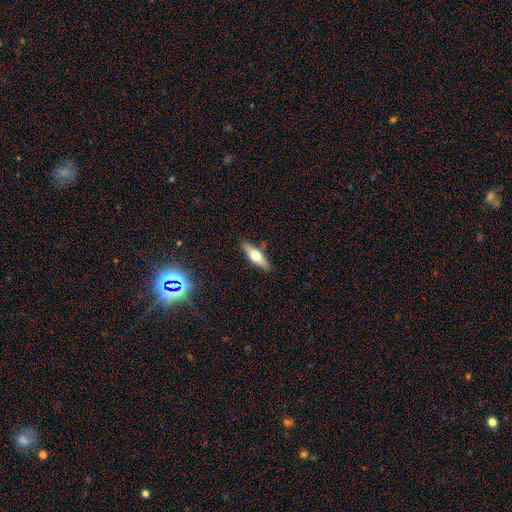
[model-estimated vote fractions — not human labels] Q: Smooth or featured?
A: smooth (49%); runner-up: featured or disk (43%)
Q: Merging?
A: none (86%); runner-up: minor disturbance (10%)